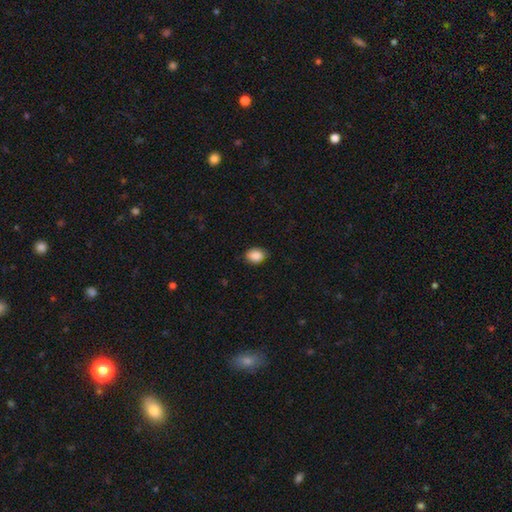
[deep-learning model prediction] Overall: smooth (88%). How rounded: in between (64%; round 35%). Merging: none (81%).